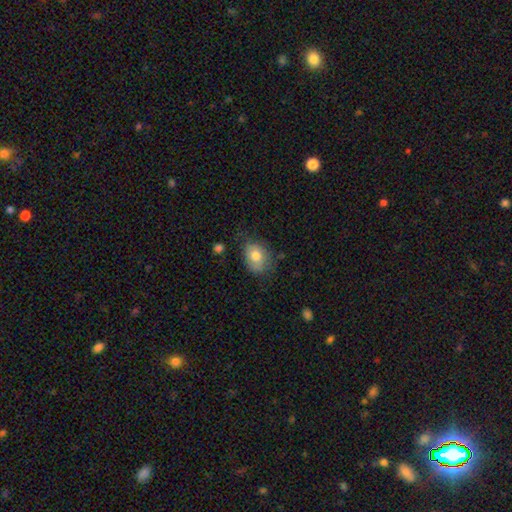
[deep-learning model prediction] Smooth or featured: smooth — 77% (featured or disk — 15%)
How rounded: in between — 68% (round — 31%)
Merging: none — 62% (minor disturbance — 28%)